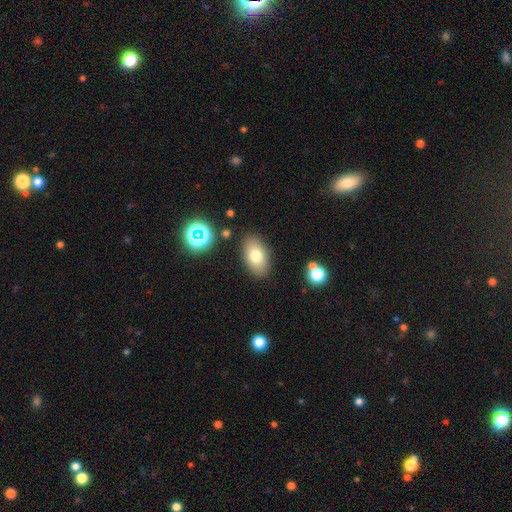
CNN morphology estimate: The model was most divided on "smooth or featured": smooth: 74%, featured or disk: 16%, star or artifact: 10%. More confident: how rounded — in between (90%); merging — none (85%).